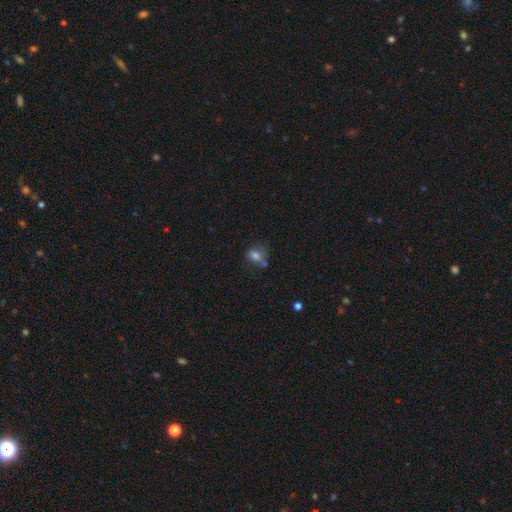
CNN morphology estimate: type=smooth (71%); roundness=in between (62%); merging=none (45%).